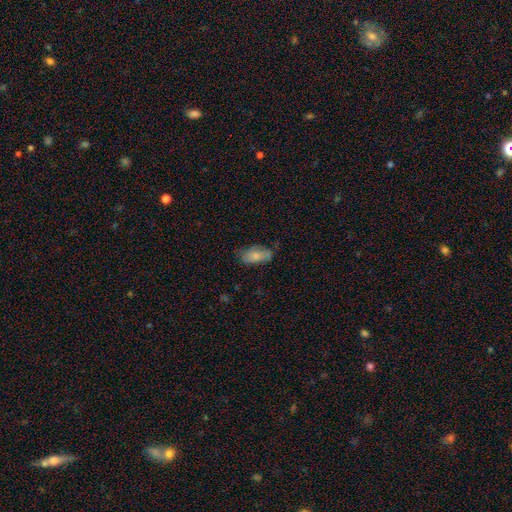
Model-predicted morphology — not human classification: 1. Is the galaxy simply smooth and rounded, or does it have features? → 75% smooth, 18% featured or disk, 7% star or artifact.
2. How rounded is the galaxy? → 89% in between, 8% cigar-shaped, 3% round.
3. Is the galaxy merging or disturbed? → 61% none, 29% minor disturbance, 8% major disturbance, 2% merger.